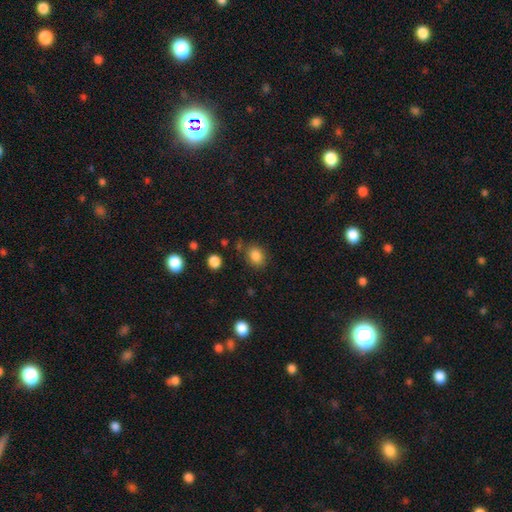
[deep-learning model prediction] A smooth galaxy with no disk features (84%) that is round (53%).

Vote fractions:
- Smooth or featured? smooth: 84% / star or artifact: 11% / featured or disk: 5%
- How rounded? round: 53% / in between: 46% / cigar-shaped: 1%
- Merging? none: 78% / minor disturbance: 13% / merger: 5% / major disturbance: 4%